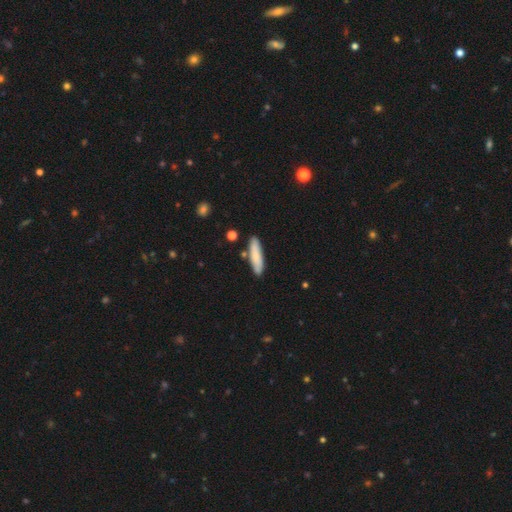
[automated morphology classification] type=smooth (78%); roundness=cigar-shaped (71%); merging=none (82%).